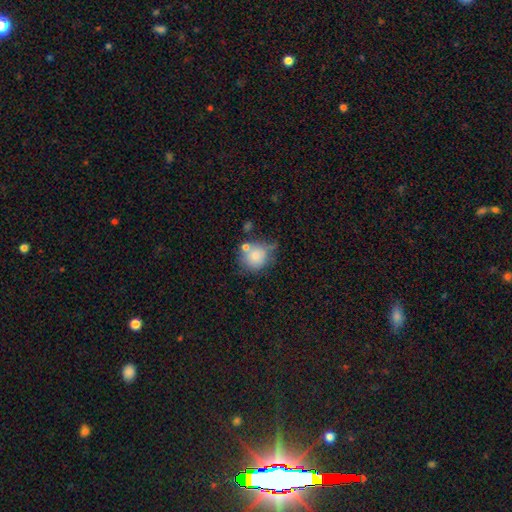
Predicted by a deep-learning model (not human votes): The model was most divided on "merging": none: 49%, minor disturbance: 23%, merger: 18%, major disturbance: 10%. More confident: how rounded — round (84%); smooth or featured — smooth (79%).